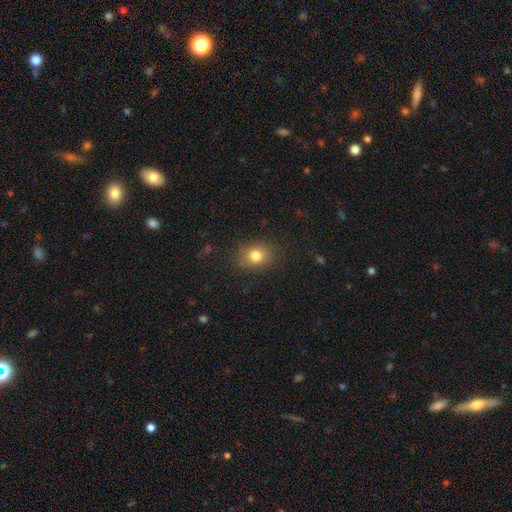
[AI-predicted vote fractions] smooth_or_featured: smooth (p=0.80) [alt: star or artifact p=0.12]
how_rounded: round (p=0.56) [alt: in between p=0.43]
merging: none (p=0.83) [alt: minor disturbance p=0.12]